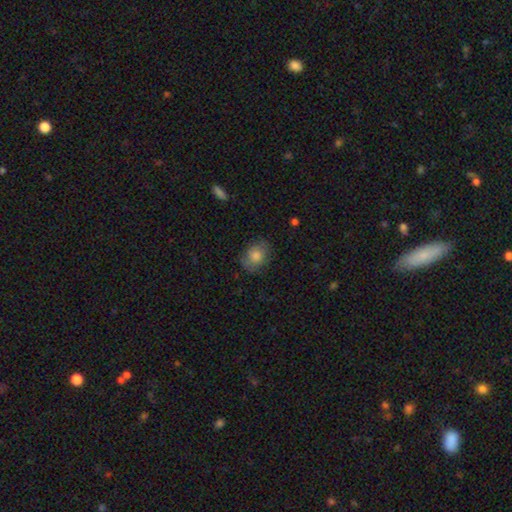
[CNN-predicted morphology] A smooth galaxy with no disk features (76%) that is in between round and cigar-shaped (52%).

Vote fractions:
- Smooth or featured? smooth: 76% / featured or disk: 15% / star or artifact: 9%
- How rounded? in between: 52% / round: 47% / cigar-shaped: 1%
- Merging? none: 75% / minor disturbance: 19% / major disturbance: 5% / merger: 1%